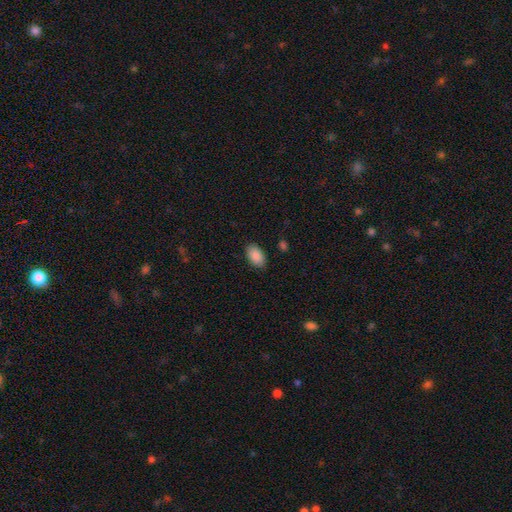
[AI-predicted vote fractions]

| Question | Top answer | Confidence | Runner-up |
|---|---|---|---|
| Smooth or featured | smooth | 89% | star or artifact (7%) |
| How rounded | in between | 93% | round (5%) |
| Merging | none | 87% | minor disturbance (9%) |